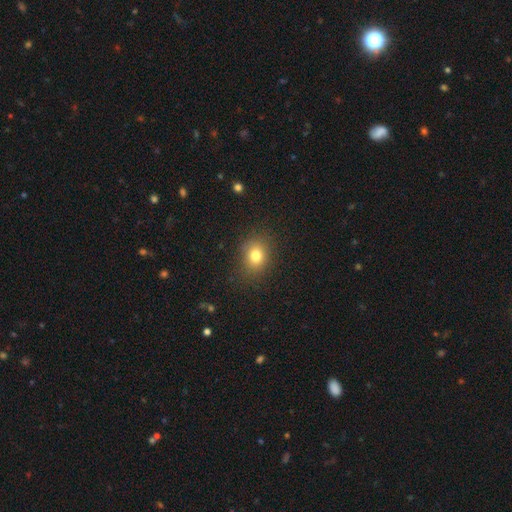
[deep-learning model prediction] Overall: smooth (78%). How rounded: round (61%; in between 38%). Merging: none (82%).